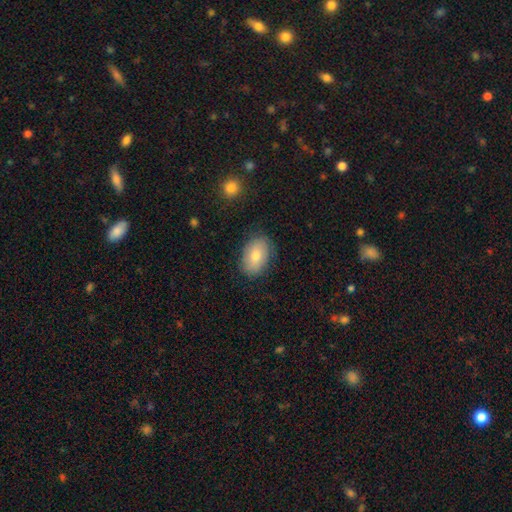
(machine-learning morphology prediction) Overall: smooth (75%). How rounded: in between (85%). Merging: none (83%).